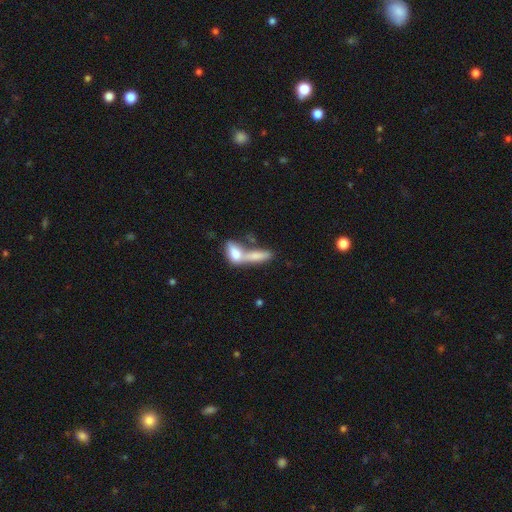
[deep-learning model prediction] A smooth galaxy with no disk features (73%) that is in between round and cigar-shaped (57%). Merging: merger (65%).